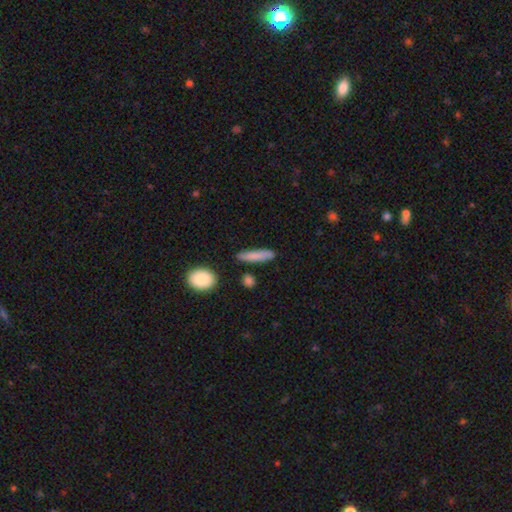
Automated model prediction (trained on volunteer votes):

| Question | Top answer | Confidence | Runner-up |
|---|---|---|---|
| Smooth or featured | smooth | 80% | featured or disk (13%) |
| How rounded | cigar-shaped | 81% | in between (16%) |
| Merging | none | 80% | minor disturbance (13%) |